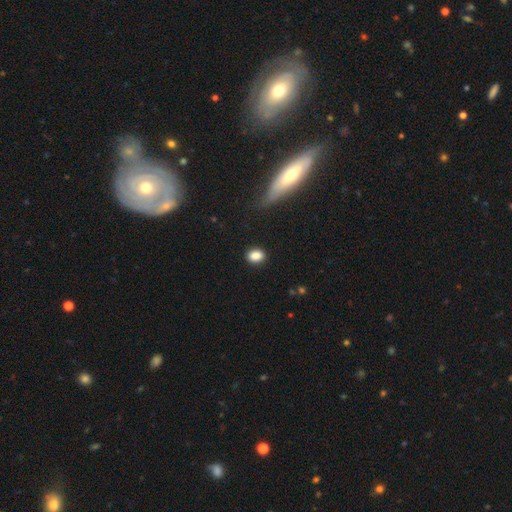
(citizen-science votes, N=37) Morphology: type=smooth (92%); roundness=in between (68%); merging=none (97%).